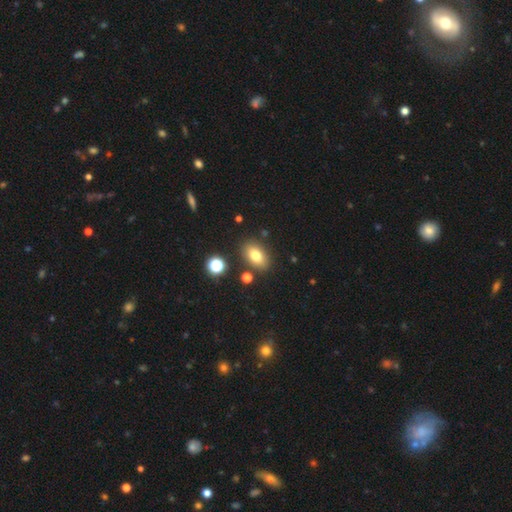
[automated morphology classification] smooth_or_featured: smooth (p=0.77) [alt: featured or disk p=0.12]
how_rounded: in between (p=0.86) [alt: round p=0.12]
merging: none (p=0.83) [alt: minor disturbance p=0.10]